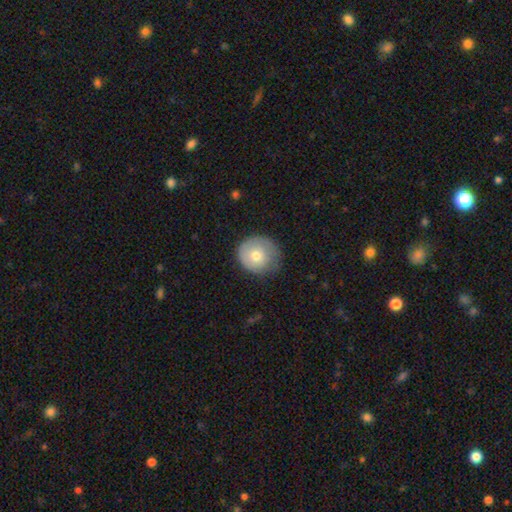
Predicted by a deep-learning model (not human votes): The model was most divided on "merging": none: 65%, minor disturbance: 26%, major disturbance: 8%, merger: 1%. More confident: how rounded — round (90%); smooth or featured — smooth (69%).